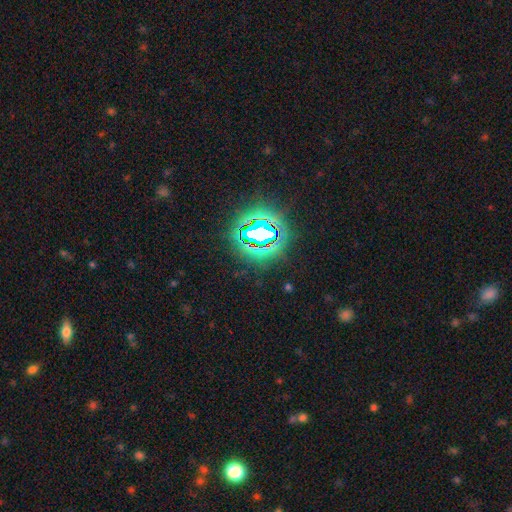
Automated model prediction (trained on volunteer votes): This appears to be a star or artifact, not a galaxy (82%).